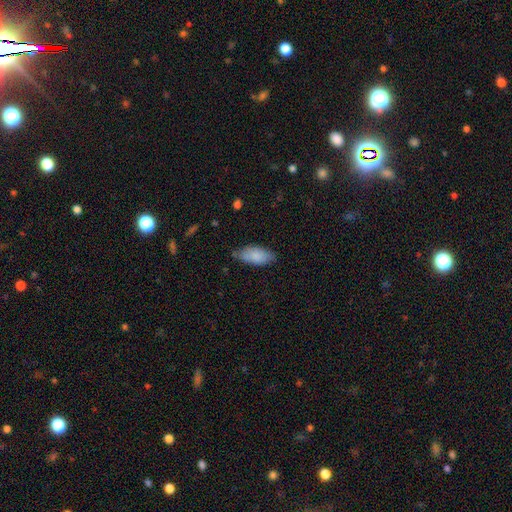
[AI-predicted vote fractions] The model was most divided on "merging": none: 65%, minor disturbance: 27%, major disturbance: 5%, merger: 2%. More confident: how rounded — in between (90%); smooth or featured — smooth (83%).